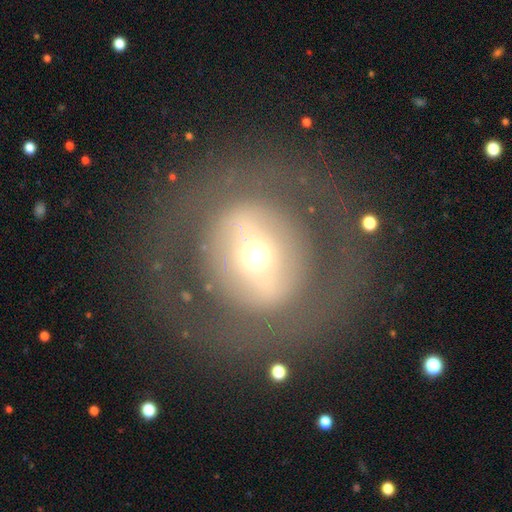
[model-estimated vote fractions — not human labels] Smooth or featured: featured or disk — 54% (smooth — 36%)
Edge-on disk: no — 91% (yes — 9%)
Merging: none — 80% (major disturbance — 11%)